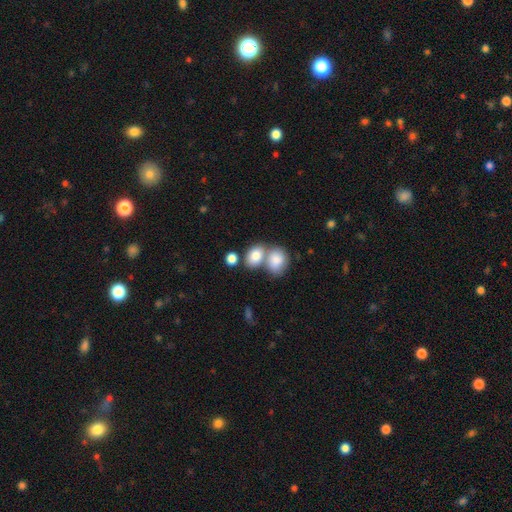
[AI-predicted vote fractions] Morphology: type=smooth (82%); roundness=in between (72%); merging=merger (49%).